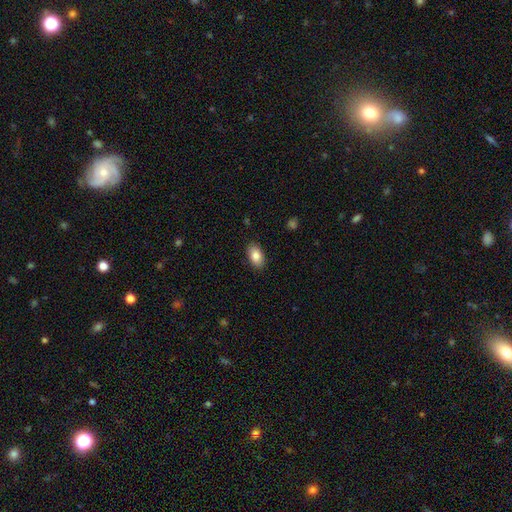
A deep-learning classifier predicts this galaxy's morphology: Smooth or featured? smooth (85%)
How rounded? in between (92%)
Merging? none (88%)